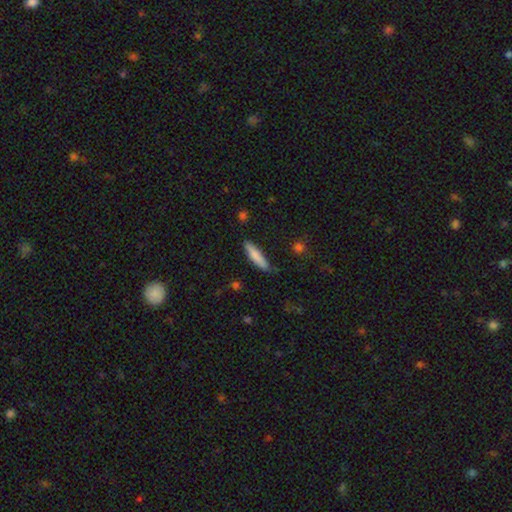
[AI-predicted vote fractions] Smooth or featured?
  - smooth: 80% *
  - featured or disk: 14%
  - star or artifact: 6%
How rounded?
  - cigar-shaped: 84% *
  - in between: 15%
  - round: 1%
Merging?
  - none: 80% *
  - minor disturbance: 15%
  - major disturbance: 3%
  - merger: 2%